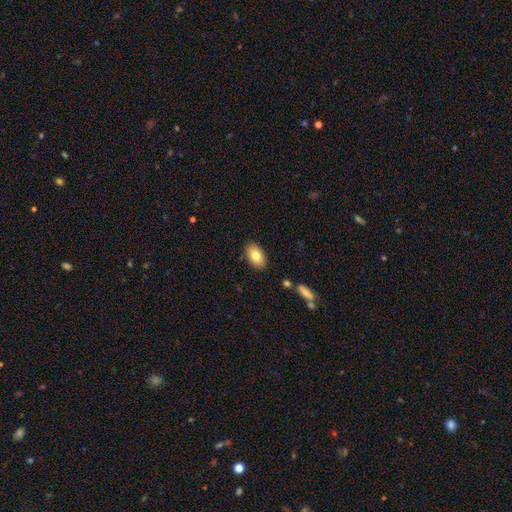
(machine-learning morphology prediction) smooth-or-featured: smooth: 78% | featured or disk: 14% | star or artifact: 7%
  how-rounded: in between: 91% | round: 8% | cigar-shaped: 2%
  merging: none: 86% | minor disturbance: 10% | major disturbance: 2% | merger: 2%